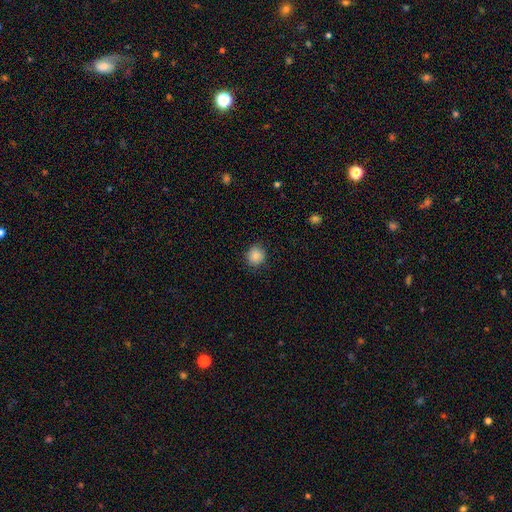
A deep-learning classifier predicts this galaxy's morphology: Smooth or featured?
  - smooth: 86% *
  - star or artifact: 10%
  - featured or disk: 4%
How rounded?
  - round: 85% *
  - in between: 14%
  - cigar-shaped: 1%
Merging?
  - none: 85% *
  - minor disturbance: 11%
  - major disturbance: 3%
  - merger: 1%